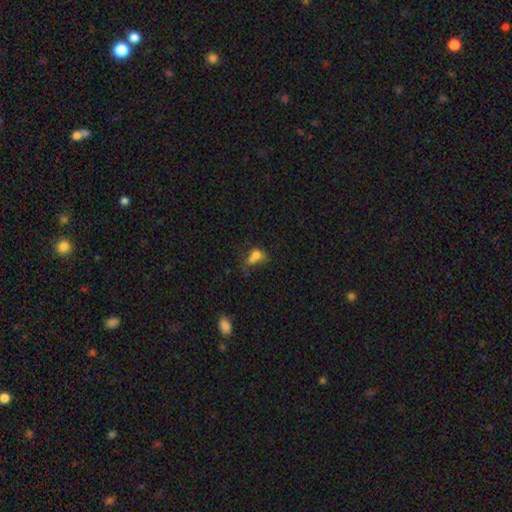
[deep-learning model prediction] Smooth or featured?
  - smooth: 68% *
  - featured or disk: 18%
  - star or artifact: 14%
How rounded?
  - in between: 59% *
  - round: 39%
  - cigar-shaped: 2%
Merging?
  - merger: 33% *
  - major disturbance: 26%
  - none: 24%
  - minor disturbance: 17%